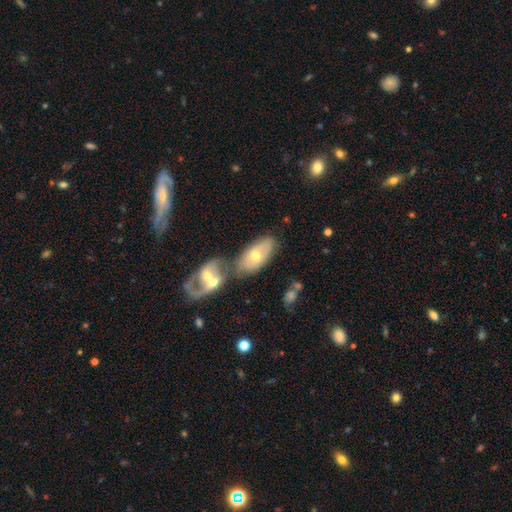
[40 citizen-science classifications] A smooth galaxy with no disk features (52%) that is in between round and cigar-shaped (90%). Merging: merger (39%).